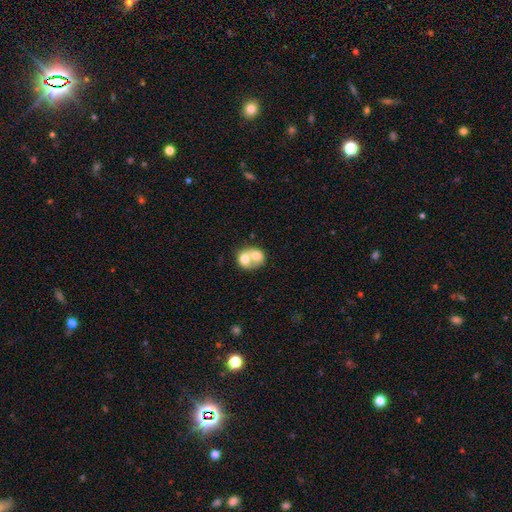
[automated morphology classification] The model was most divided on "how rounded": round: 58%, in between: 41%, cigar-shaped: 1%. More confident: merging — merger (75%); smooth or featured — smooth (65%).